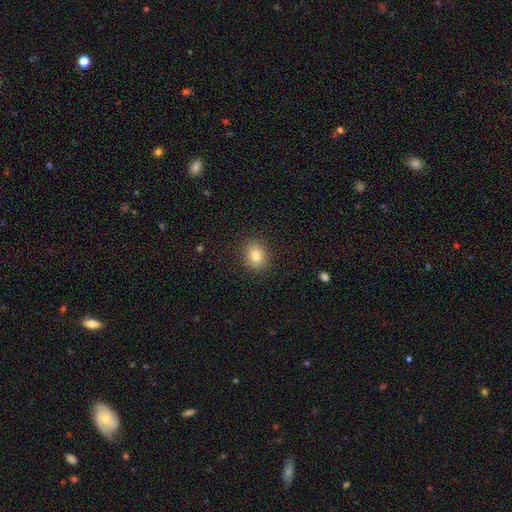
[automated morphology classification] Smooth or featured? smooth (82%)
How rounded? round (58%)
Merging? none (89%)